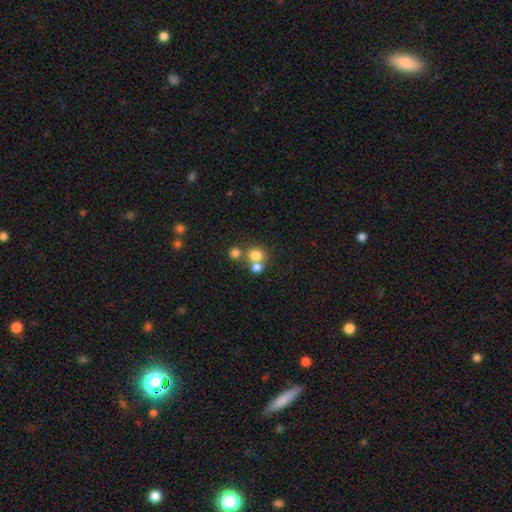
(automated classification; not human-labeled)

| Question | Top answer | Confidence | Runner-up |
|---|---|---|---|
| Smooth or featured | smooth | 74% | star or artifact (14%) |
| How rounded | round | 78% | in between (21%) |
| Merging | merger | 46% | none (43%) |